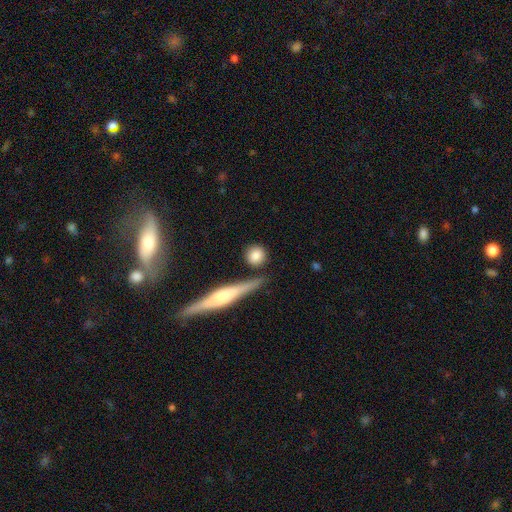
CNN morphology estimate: Smooth or featured? Predicted: smooth (p=0.82). How rounded? Predicted: round (p=0.83). Merging? Predicted: none (p=0.81).